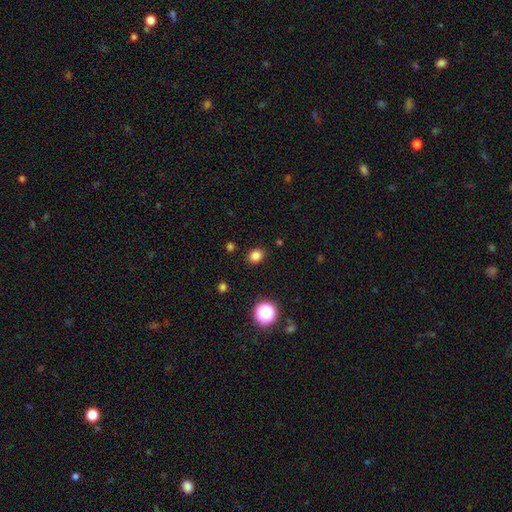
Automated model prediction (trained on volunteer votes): smooth_or_featured: smooth (p=0.82) [alt: star or artifact p=0.14]
how_rounded: round (p=0.56) [alt: in between p=0.43]
merging: none (p=0.87) [alt: minor disturbance p=0.09]